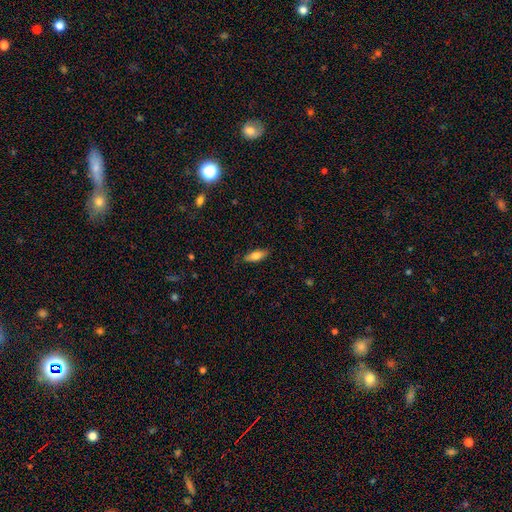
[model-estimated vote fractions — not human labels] Smooth or featured? Predicted: smooth (p=0.75). How rounded? Predicted: in between (p=0.69). Merging? Predicted: none (p=0.82).